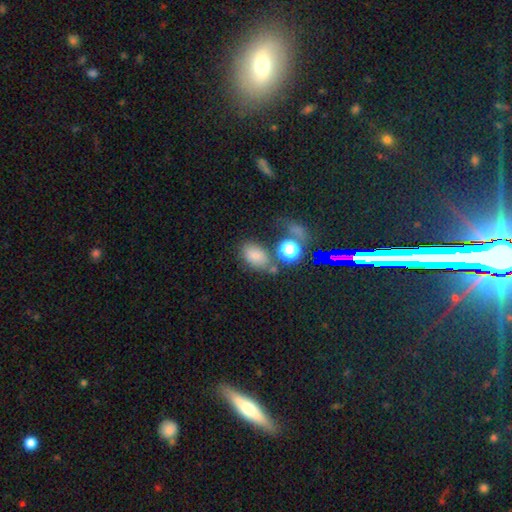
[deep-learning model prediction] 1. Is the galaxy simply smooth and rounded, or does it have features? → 75% smooth, 17% star or artifact, 9% featured or disk.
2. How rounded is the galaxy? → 82% in between, 16% round, 2% cigar-shaped.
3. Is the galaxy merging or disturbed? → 59% none, 19% minor disturbance, 13% merger, 9% major disturbance.